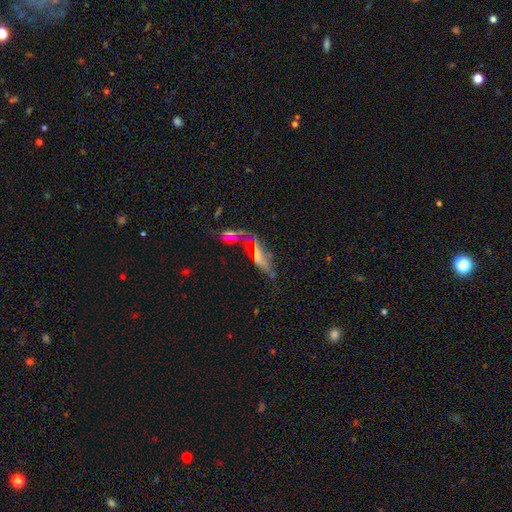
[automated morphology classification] A featured or disk galaxy (43%). Merging: none (31%).